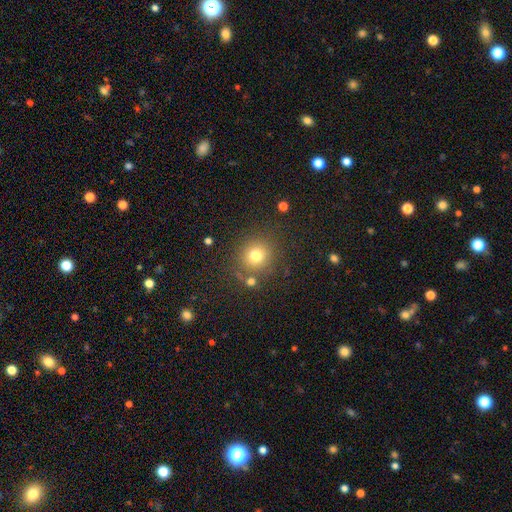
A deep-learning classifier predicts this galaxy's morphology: Smooth or featured? smooth (76%)
How rounded? round (91%)
Merging? none (79%)